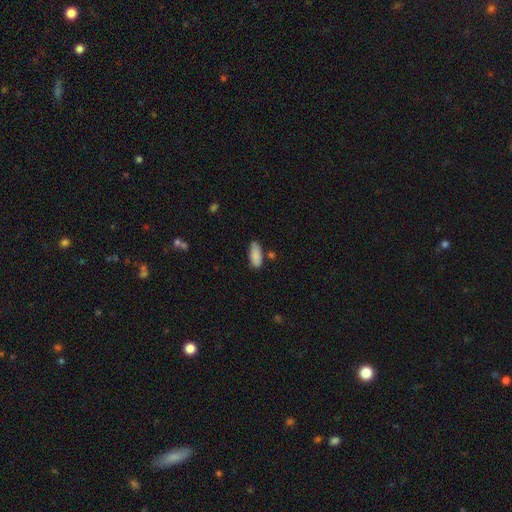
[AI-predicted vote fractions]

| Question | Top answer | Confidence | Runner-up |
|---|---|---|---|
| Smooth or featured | smooth | 88% | star or artifact (7%) |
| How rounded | in between | 84% | cigar-shaped (14%) |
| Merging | none | 73% | minor disturbance (18%) |